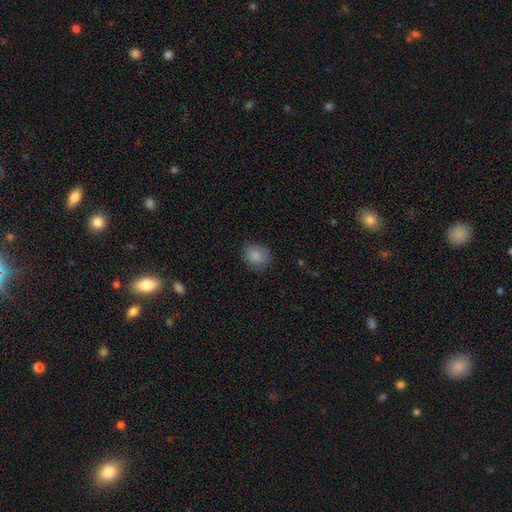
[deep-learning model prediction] A smooth galaxy with no disk features (85%) that is round (72%). Merging: none (78%).